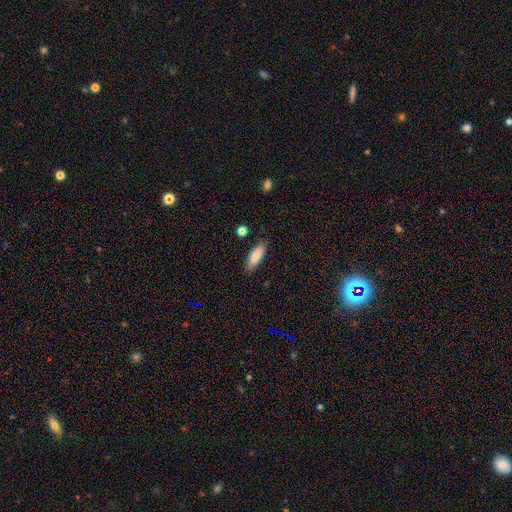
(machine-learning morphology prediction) smooth-or-featured: smooth: 84% | featured or disk: 9% | star or artifact: 6%
  how-rounded: in between: 58% | cigar-shaped: 41% | round: 2%
  merging: none: 83% | minor disturbance: 13% | major disturbance: 2% | merger: 2%